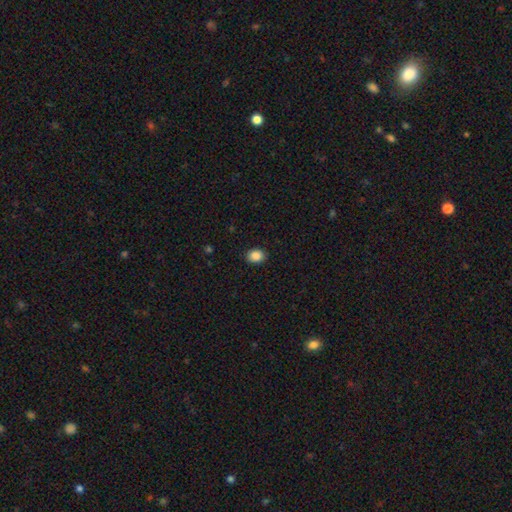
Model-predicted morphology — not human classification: Smooth or featured? Predicted: smooth (p=0.88). How rounded? Predicted: in between (p=0.62). Merging? Predicted: none (p=0.90).